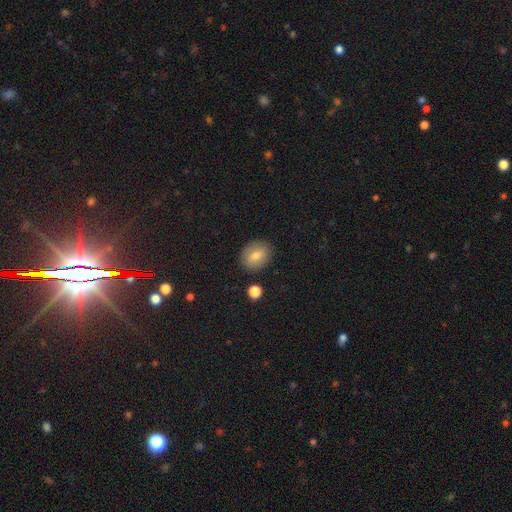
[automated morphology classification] Smooth or featured? smooth (77%)
How rounded? round (52%)
Merging? none (87%)